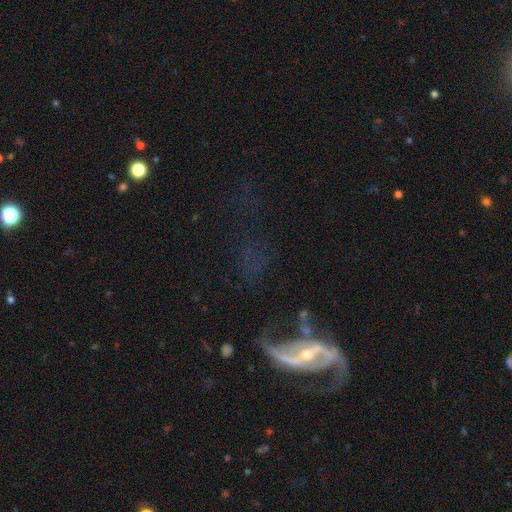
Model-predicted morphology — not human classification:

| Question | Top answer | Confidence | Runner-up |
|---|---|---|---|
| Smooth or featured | featured or disk | 71% | star or artifact (17%) |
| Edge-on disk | no | 92% | yes (8%) |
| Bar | no | 42% | weak (36%) |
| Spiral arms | yes | 83% | no (17%) |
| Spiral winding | loose | 71% | medium (21%) |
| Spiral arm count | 2 | 75% | can't tell (9%) |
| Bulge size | small | 59% | moderate (28%) |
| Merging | none | 40% | major disturbance (32%) |